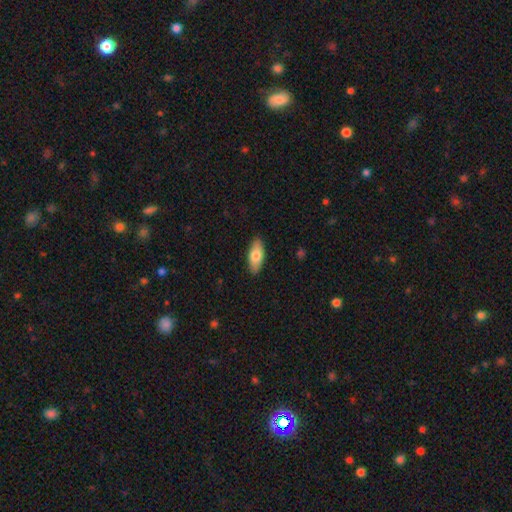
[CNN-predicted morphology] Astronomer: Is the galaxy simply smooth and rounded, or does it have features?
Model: smooth — 76%.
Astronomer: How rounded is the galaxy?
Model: in between — 83%.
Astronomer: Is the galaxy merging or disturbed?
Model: none — 89%.